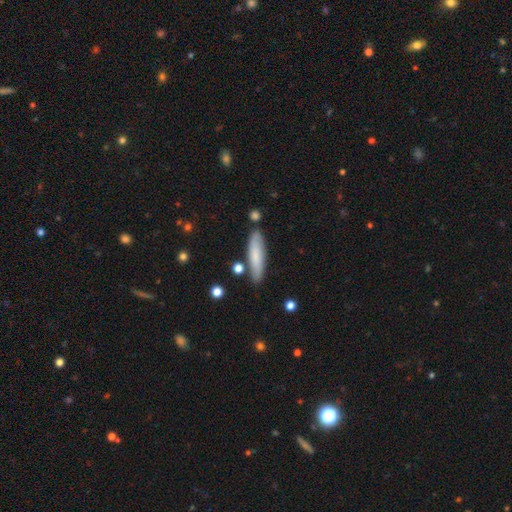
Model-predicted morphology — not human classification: This appears to be a smooth galaxy with no disk features (75%) that is cigar-shaped (75%). Merging: none (79%).